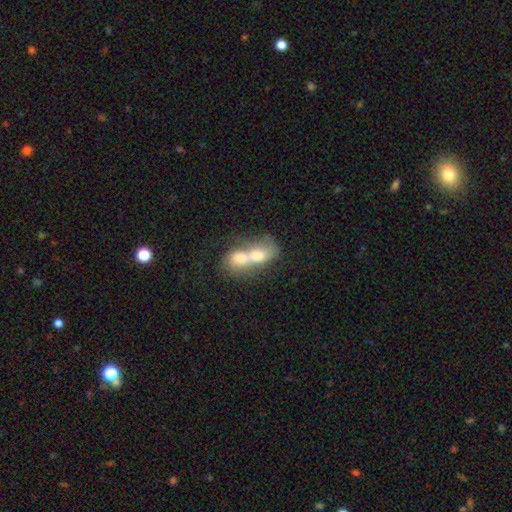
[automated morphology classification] Smooth or featured?
  - smooth: 60% *
  - featured or disk: 31%
  - star or artifact: 8%
How rounded?
  - in between: 68% *
  - round: 27%
  - cigar-shaped: 5%
Merging?
  - merger: 82% *
  - none: 8%
  - major disturbance: 5%
  - minor disturbance: 4%